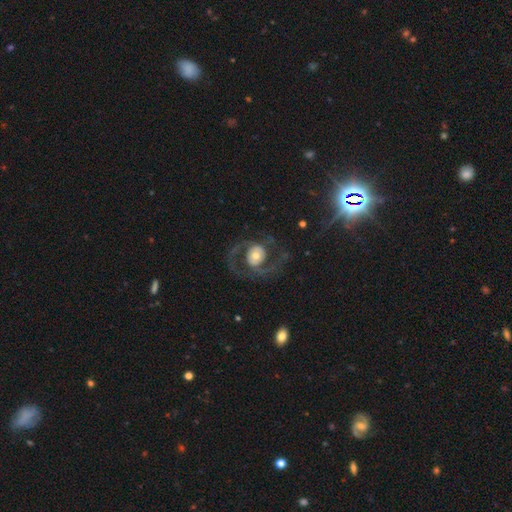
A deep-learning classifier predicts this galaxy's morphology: This appears to be a featured or disk galaxy (78%) with no bar (67%), 2 (86%) medium (53%) spiral arms (83%) and a moderate central bulge (57%). Merging: none (65%).